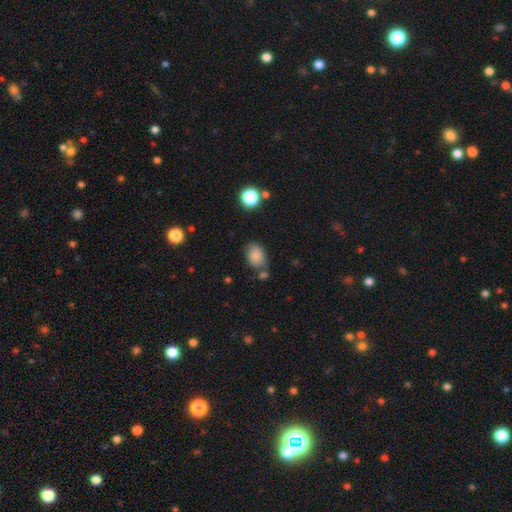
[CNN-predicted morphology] Smooth or featured? Predicted: smooth (p=0.84). How rounded? Predicted: in between (p=0.76). Merging? Predicted: none (p=0.62).